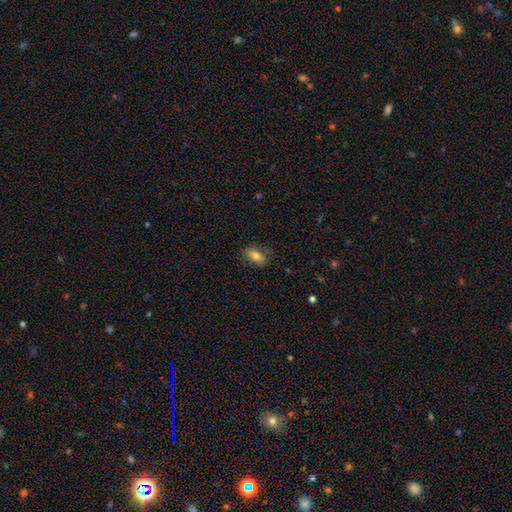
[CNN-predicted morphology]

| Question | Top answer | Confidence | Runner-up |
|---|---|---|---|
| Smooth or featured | smooth | 76% | featured or disk (15%) |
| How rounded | in between | 87% | cigar-shaped (7%) |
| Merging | none | 77% | minor disturbance (17%) |